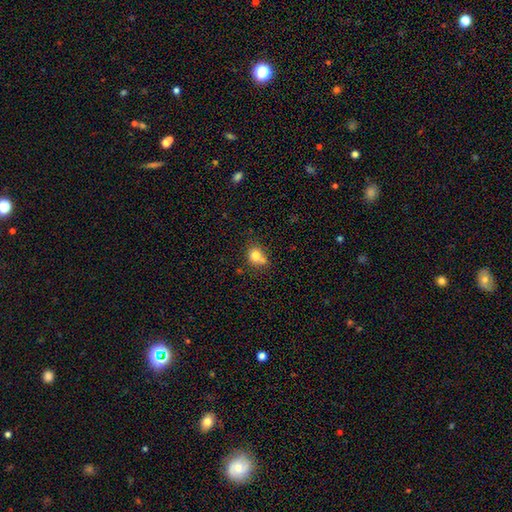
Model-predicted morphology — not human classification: Smooth or featured: smooth — 77% (star or artifact — 11%)
How rounded: round — 69% (in between — 30%)
Merging: none — 46% (merger — 33%)